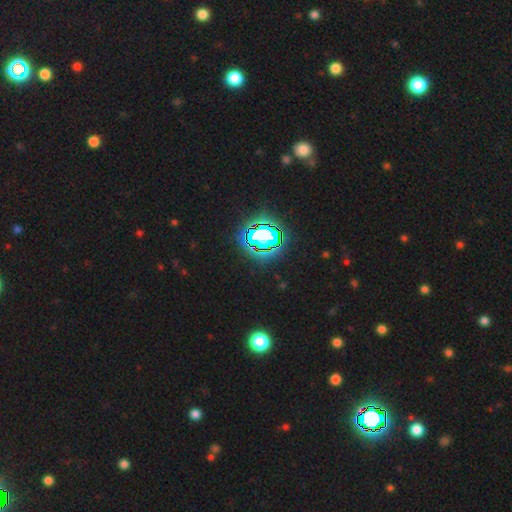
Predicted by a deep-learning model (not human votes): smooth_or_featured: star or artifact (p=0.82) [alt: smooth p=0.11]